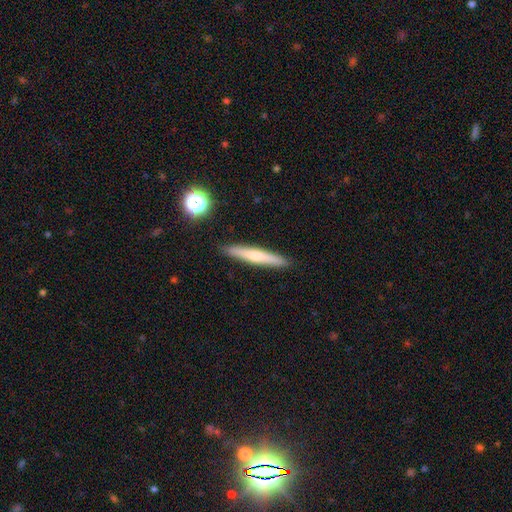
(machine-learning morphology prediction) smooth-or-featured: smooth: 54% | featured or disk: 40% | star or artifact: 7%
  how-rounded: cigar-shaped: 95% | in between: 4% | round: 1%
  merging: none: 90% | minor disturbance: 7% | major disturbance: 1% | merger: 1%